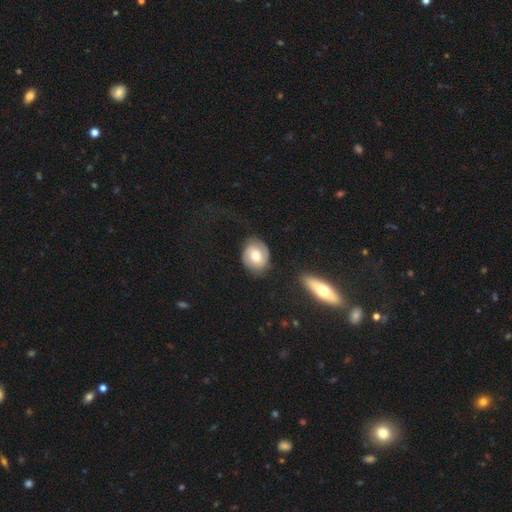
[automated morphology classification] featured or disk 53%, smooth 40%, star or artifact 7%. Down the decision tree: edge-on disk — no (96%); bar — no (59%); spiral arms — yes (82%); bulge size — moderate (53%); merging — none (77%).